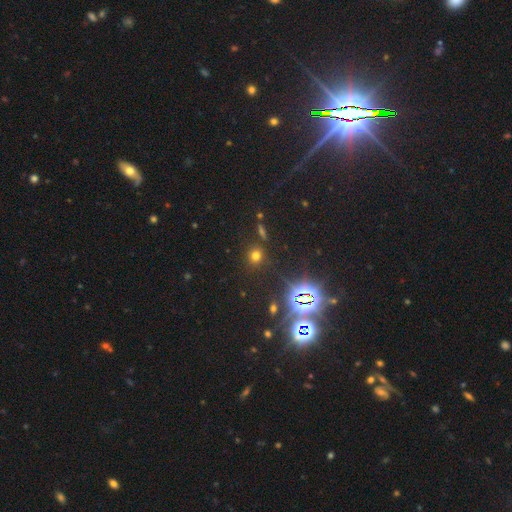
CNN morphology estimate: smooth-or-featured: smooth: 61% | star or artifact: 32% | featured or disk: 7%
  how-rounded: round: 85% | in between: 13% | cigar-shaped: 2%
  merging: none: 85% | minor disturbance: 8% | merger: 4% | major disturbance: 3%